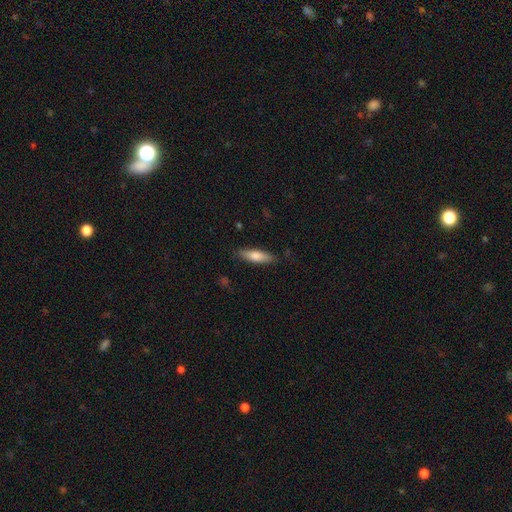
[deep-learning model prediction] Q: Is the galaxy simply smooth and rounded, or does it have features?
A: smooth — 73%.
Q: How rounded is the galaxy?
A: cigar-shaped — 56%.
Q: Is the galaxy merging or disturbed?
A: none — 84%.